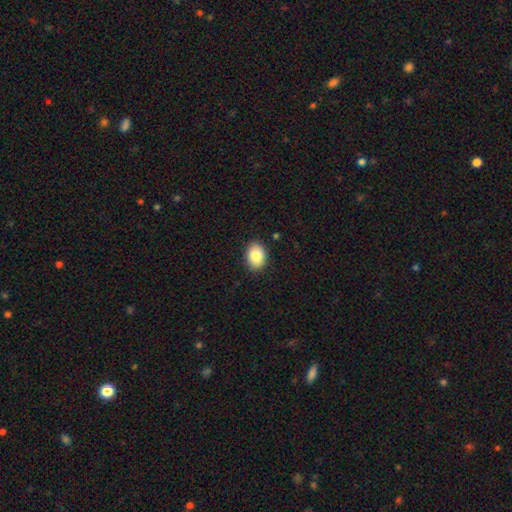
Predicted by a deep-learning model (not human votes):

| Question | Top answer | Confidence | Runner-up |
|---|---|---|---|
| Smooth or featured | smooth | 84% | featured or disk (9%) |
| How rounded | in between | 72% | round (27%) |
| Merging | none | 88% | minor disturbance (9%) |